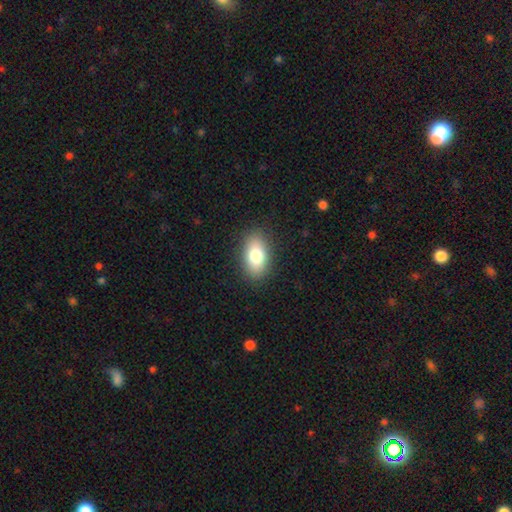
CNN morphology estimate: Smooth or featured? smooth (78%)
How rounded? in between (89%)
Merging? none (88%)